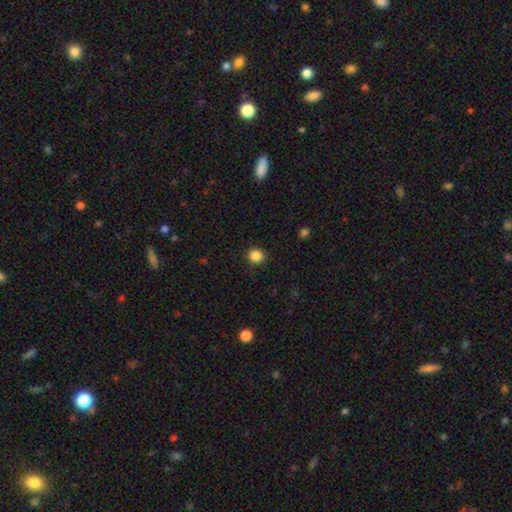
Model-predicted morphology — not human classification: This is clearly a smooth galaxy (86%). How rounded: clearly round (90%). Merging: clearly none (90%).